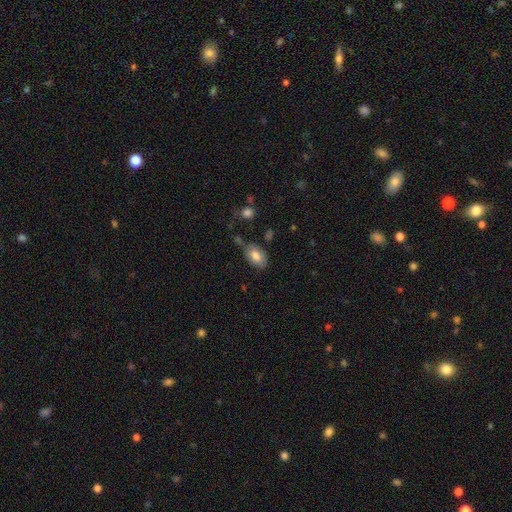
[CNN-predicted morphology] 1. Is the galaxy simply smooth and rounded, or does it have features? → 80% smooth, 13% featured or disk, 7% star or artifact.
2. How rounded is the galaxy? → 92% in between, 7% round, 1% cigar-shaped.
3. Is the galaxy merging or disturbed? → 72% none, 19% minor disturbance, 5% merger, 4% major disturbance.